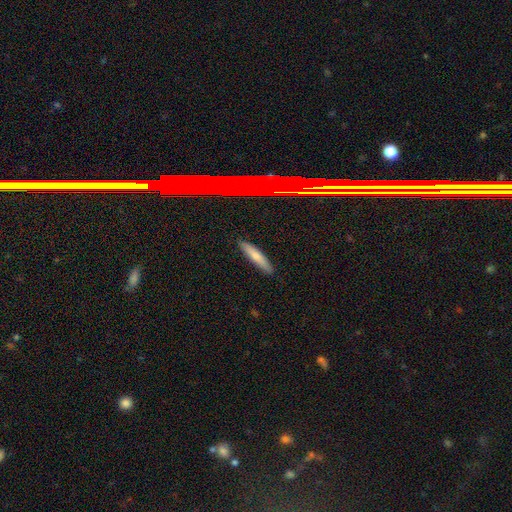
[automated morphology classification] This appears to be a smooth galaxy with no disk features (71%) that is cigar-shaped (85%). Merging: none (89%).